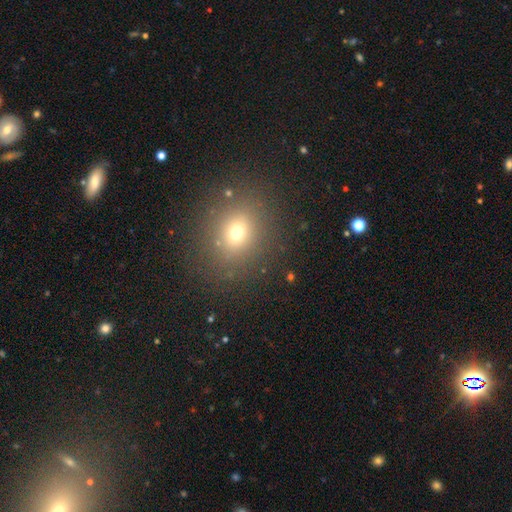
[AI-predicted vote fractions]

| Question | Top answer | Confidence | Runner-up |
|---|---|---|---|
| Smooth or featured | smooth | 60% | star or artifact (30%) |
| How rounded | round | 73% | in between (25%) |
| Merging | none | 90% | minor disturbance (6%) |